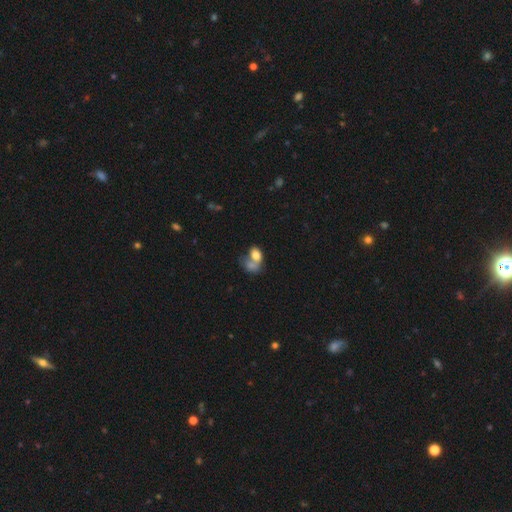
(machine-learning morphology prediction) Q: Smooth or featured?
A: smooth (72%); runner-up: featured or disk (19%)
Q: How rounded?
A: in between (74%); runner-up: round (25%)
Q: Merging?
A: merger (66%); runner-up: none (17%)